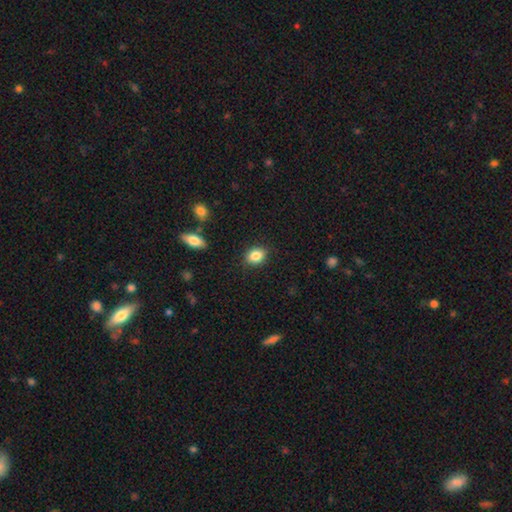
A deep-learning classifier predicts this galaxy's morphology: Smooth or featured? smooth (85%)
How rounded? in between (54%)
Merging? none (87%)